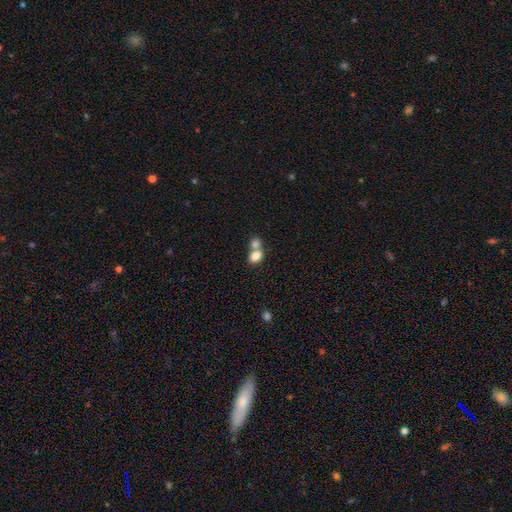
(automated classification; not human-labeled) The model was most divided on "merging": merger: 58%, none: 31%, minor disturbance: 7%, major disturbance: 3%. More confident: smooth or featured — smooth (81%); how rounded — in between (73%).